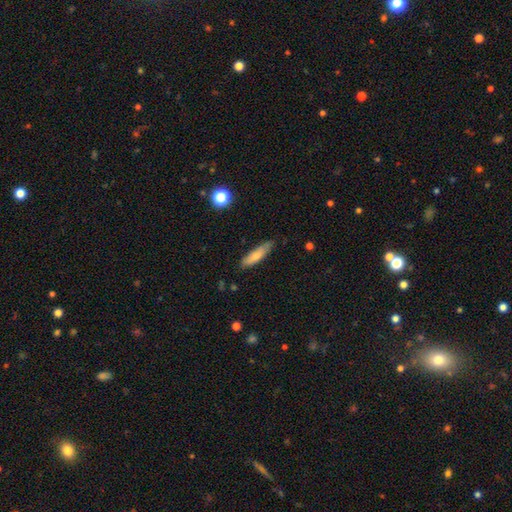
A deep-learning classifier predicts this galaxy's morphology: The model was most divided on "how rounded": cigar-shaped: 67%, in between: 32%, round: 2%. More confident: merging — none (75%); smooth or featured — smooth (71%).